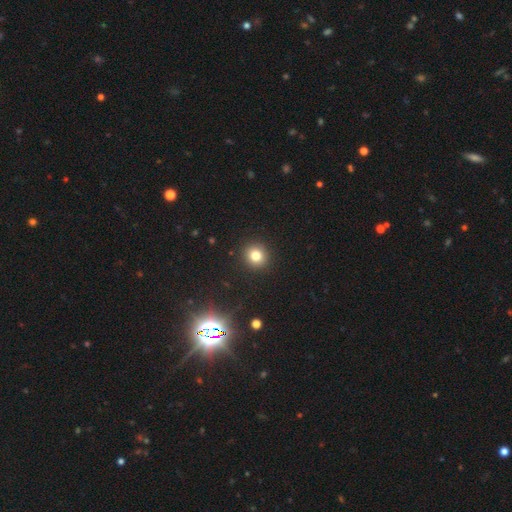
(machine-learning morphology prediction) Overall: smooth (79%). How rounded: round (89%). Merging: none (92%).